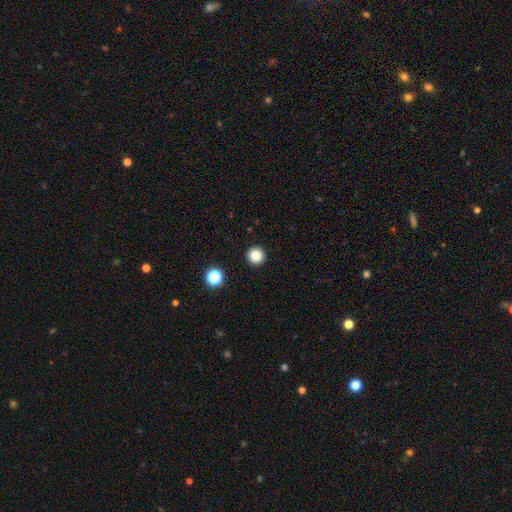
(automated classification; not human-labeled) Q: Smooth or featured?
A: smooth (84%); runner-up: star or artifact (12%)
Q: How rounded?
A: round (96%); runner-up: in between (3%)
Q: Merging?
A: none (93%); runner-up: minor disturbance (4%)